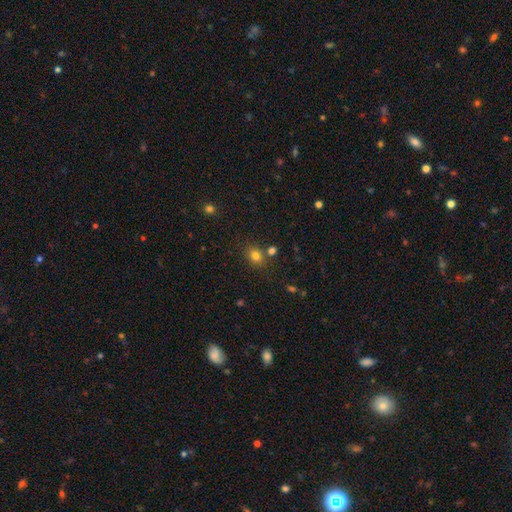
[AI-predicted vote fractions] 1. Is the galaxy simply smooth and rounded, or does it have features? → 78% smooth, 15% star or artifact, 7% featured or disk.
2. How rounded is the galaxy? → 49% round (tied), 49% in between (tied), 1% cigar-shaped.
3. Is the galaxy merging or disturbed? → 70% none, 15% merger, 12% minor disturbance, 4% major disturbance.